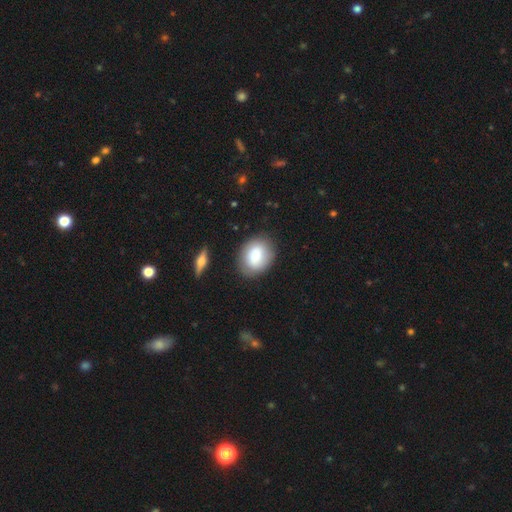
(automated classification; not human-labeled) A smooth galaxy with no disk features (77%) that is in between round and cigar-shaped (54%). Merging: none (81%).